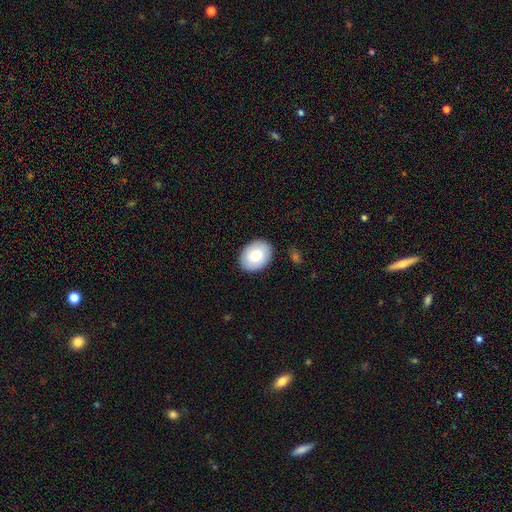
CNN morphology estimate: A smooth galaxy with no disk features (75%) that is in between round and cigar-shaped (67%).

Vote fractions:
- Smooth or featured? smooth: 75% / featured or disk: 18% / star or artifact: 6%
- How rounded? in between: 67% / round: 32% / cigar-shaped: 1%
- Merging? none: 88% / minor disturbance: 9% / major disturbance: 2% / merger: 1%